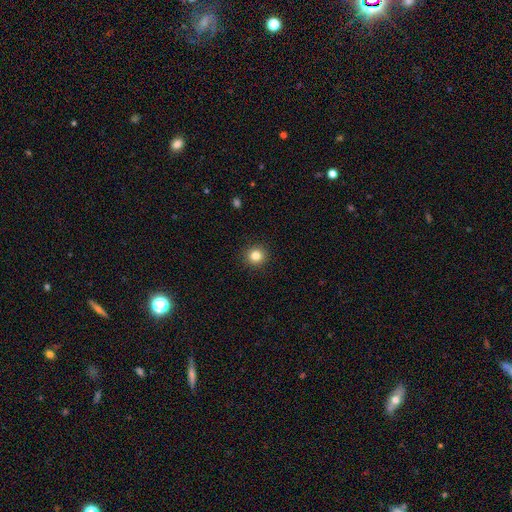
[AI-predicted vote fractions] Smooth or featured: smooth — 83% (star or artifact — 12%)
How rounded: round — 93% (in between — 6%)
Merging: none — 92% (minor disturbance — 5%)